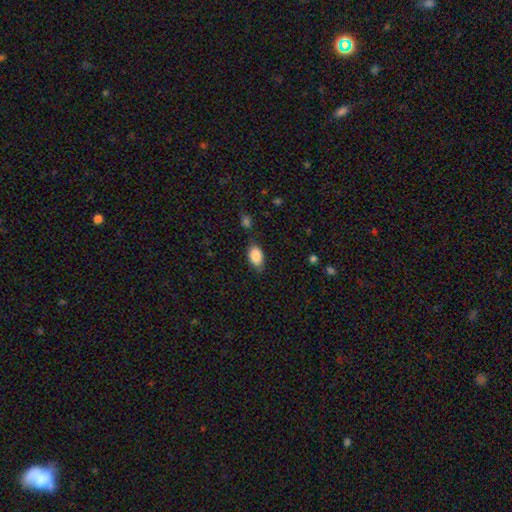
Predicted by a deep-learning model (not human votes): smooth 85%, featured or disk 8%, star or artifact 7%. Down the decision tree: how rounded — in between (87%); merging — none (71%).